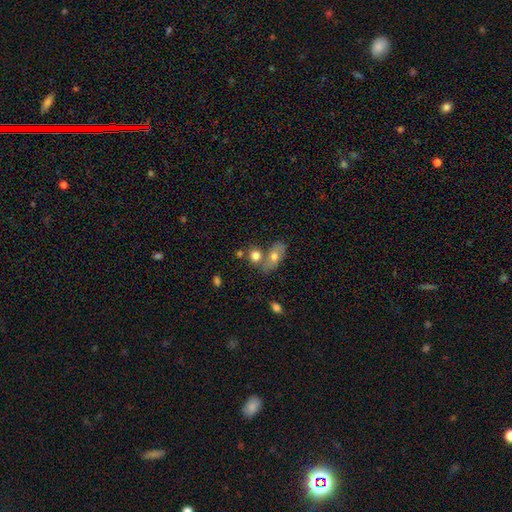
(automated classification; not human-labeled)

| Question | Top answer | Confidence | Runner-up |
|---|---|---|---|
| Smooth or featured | smooth | 77% | featured or disk (14%) |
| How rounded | round | 58% | in between (39%) |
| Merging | none | 44% | merger (41%) |